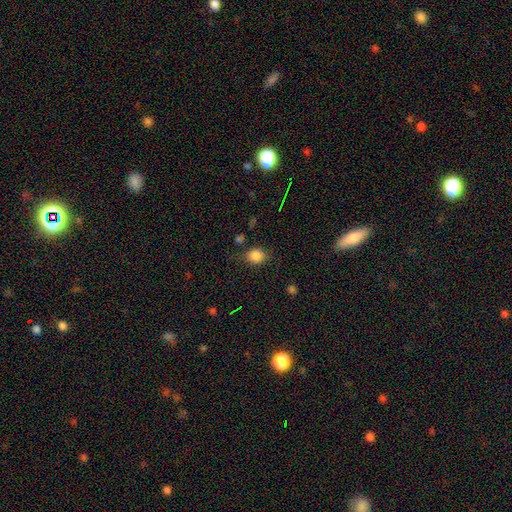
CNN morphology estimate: Smooth or featured? smooth (83%)
How rounded? round (71%)
Merging? none (73%)